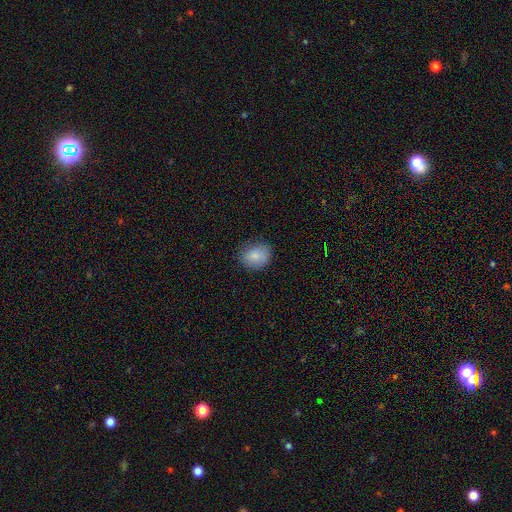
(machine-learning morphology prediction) Smooth or featured?
  - smooth: 85% *
  - star or artifact: 8%
  - featured or disk: 7%
How rounded?
  - round: 58% *
  - in between: 41%
  - cigar-shaped: 1%
Merging?
  - none: 81% *
  - minor disturbance: 15%
  - major disturbance: 4%
  - merger: 1%